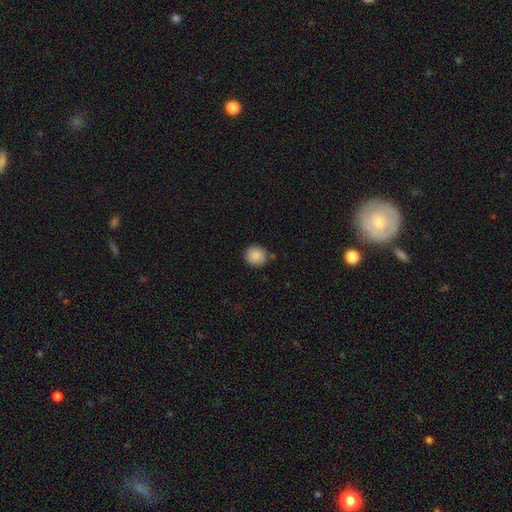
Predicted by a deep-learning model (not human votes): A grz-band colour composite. It shows a smooth galaxy with no disk features (88%) that is round (89%). Merging: none (84%).